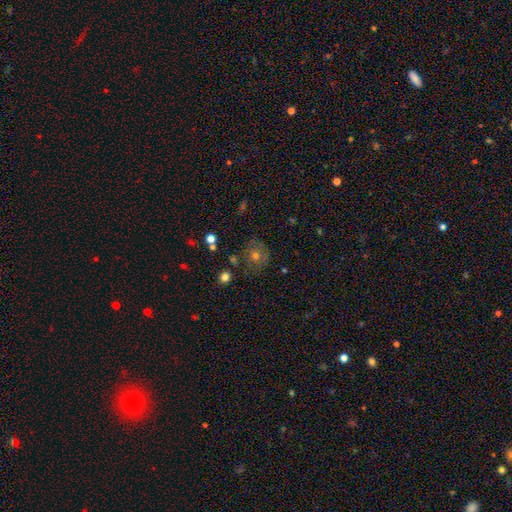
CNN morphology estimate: Smooth or featured? Predicted: smooth (p=0.48). Merging? Predicted: none (p=0.72).